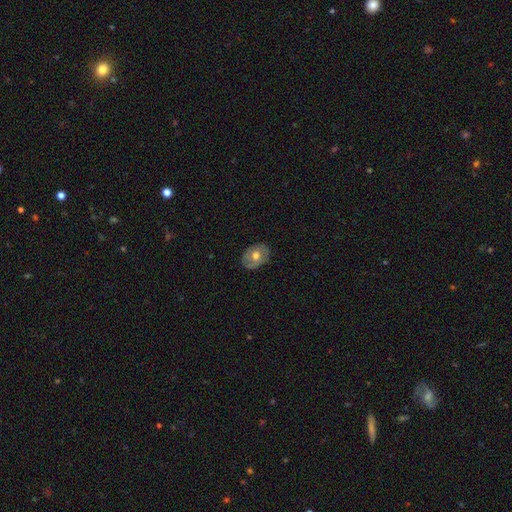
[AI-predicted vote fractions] smooth_or_featured: smooth (p=0.52) [alt: featured or disk p=0.41]
how_rounded: in between (p=0.67) [alt: round p=0.32]
merging: none (p=0.80) [alt: minor disturbance p=0.15]